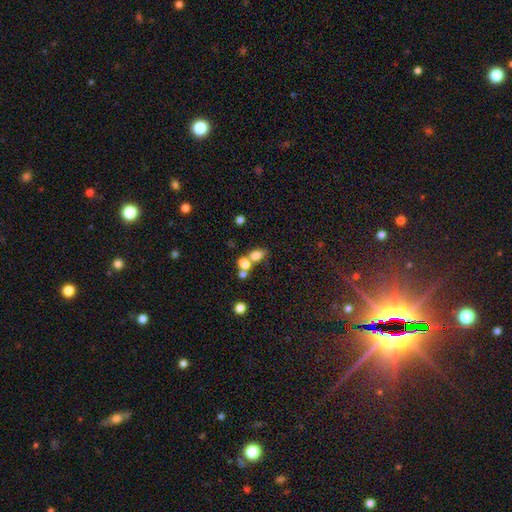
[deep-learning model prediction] This is likely a smooth galaxy (75%). How rounded: likely in between (71%). Merging: possibly merger (55%).